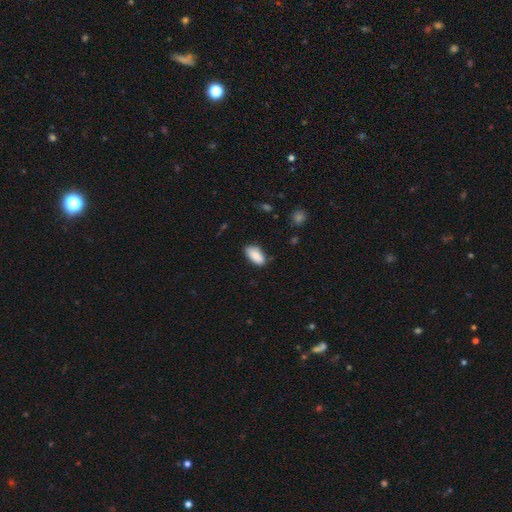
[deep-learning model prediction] Overall: smooth (89%). How rounded: in between (92%). Merging: none (80%).